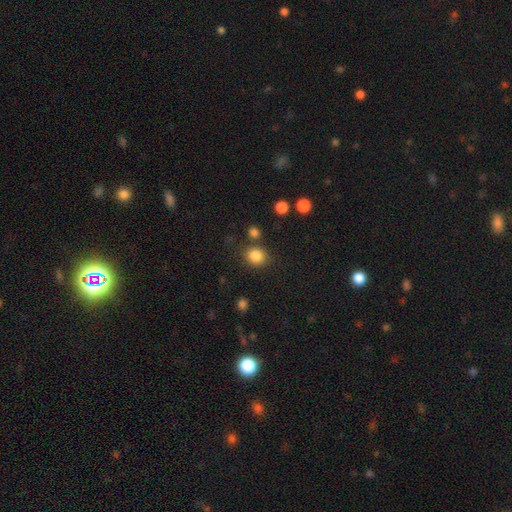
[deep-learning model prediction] Morphology: type=smooth (85%); roundness=round (77%); merging=none (79%).